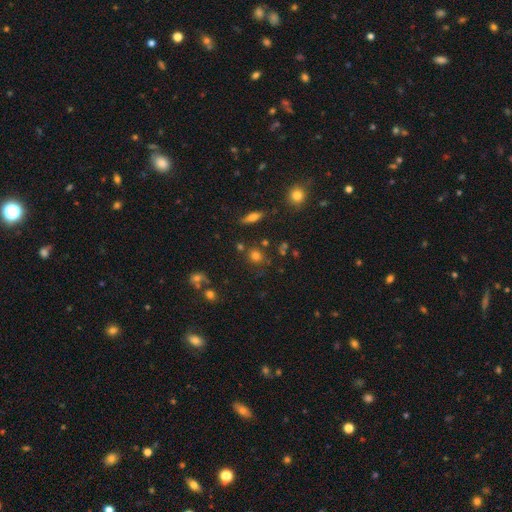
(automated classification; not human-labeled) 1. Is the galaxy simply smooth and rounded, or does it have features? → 74% smooth, 17% star or artifact, 9% featured or disk.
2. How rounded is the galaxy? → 77% round, 20% in between, 2% cigar-shaped.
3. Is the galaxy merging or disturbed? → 76% none, 12% minor disturbance, 8% merger, 4% major disturbance.